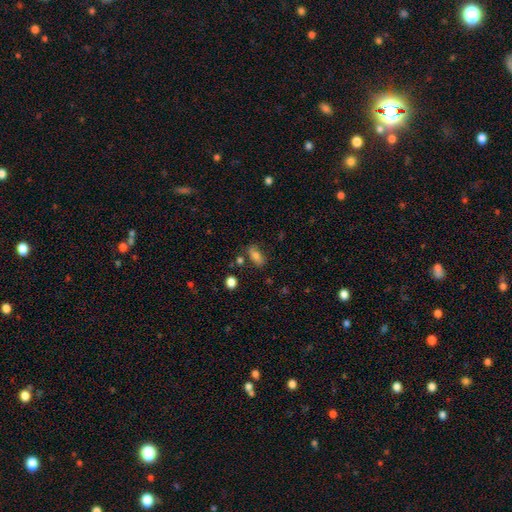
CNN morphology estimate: This is likely a smooth galaxy (75%). How rounded: clearly in between (84%). Merging: likely none (72%).